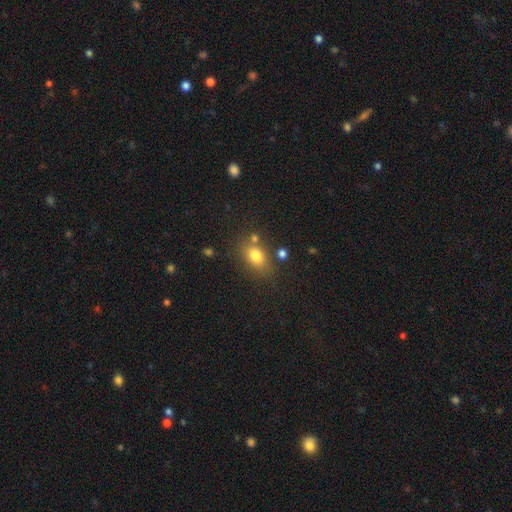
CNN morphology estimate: smooth-or-featured: smooth: 78% | star or artifact: 12% | featured or disk: 10%
  how-rounded: in between: 72% | round: 26% | cigar-shaped: 2%
  merging: none: 68% | minor disturbance: 15% | merger: 11% | major disturbance: 5%